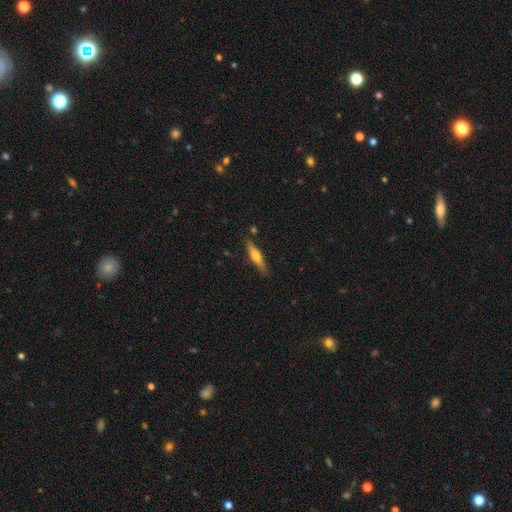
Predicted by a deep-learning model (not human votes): Morphology: type=featured or disk (53%); edge-on=yes (95%); edge-on bulge=rounded (88%); merging=none (85%).